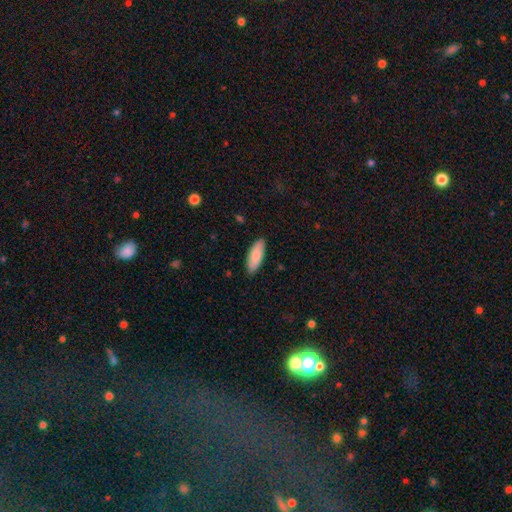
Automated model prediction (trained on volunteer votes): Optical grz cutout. It shows a smooth galaxy with no disk features (83%) that is in between round and cigar-shaped (71%). Merging: none (87%).